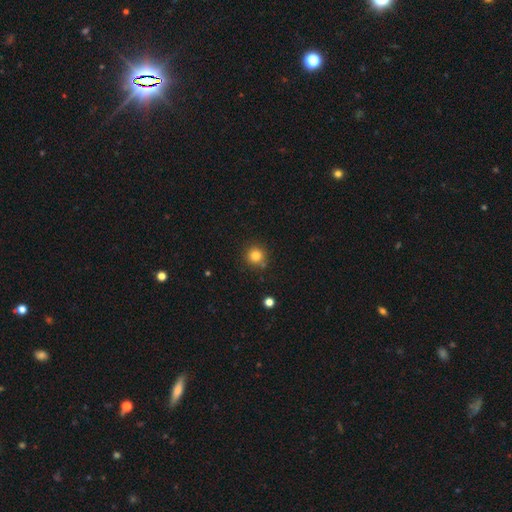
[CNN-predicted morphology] smooth-or-featured: smooth: 81% | star or artifact: 13% | featured or disk: 6%
  how-rounded: round: 93% | in between: 6% | cigar-shaped: 1%
  merging: none: 83% | minor disturbance: 9% | merger: 5% | major disturbance: 3%